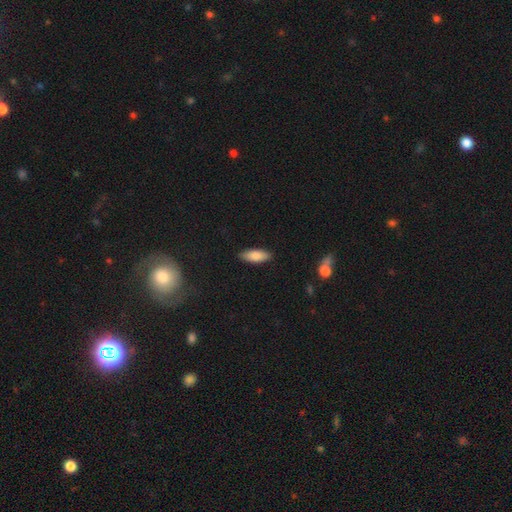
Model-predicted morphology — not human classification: Smooth or featured? smooth (83%)
How rounded? in between (72%)
Merging? none (87%)